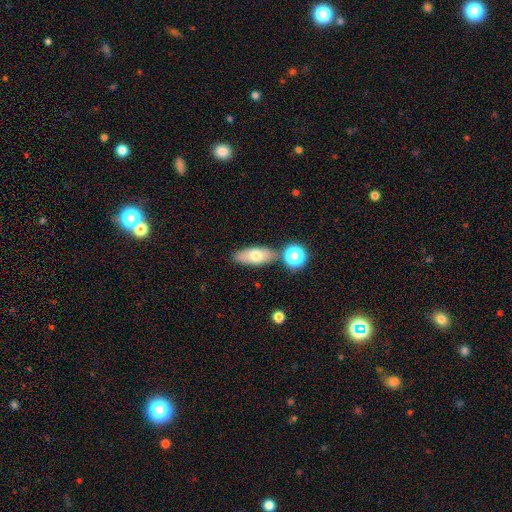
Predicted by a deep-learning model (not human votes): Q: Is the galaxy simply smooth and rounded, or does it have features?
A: smooth — 71%.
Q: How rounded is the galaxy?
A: in between — 75%.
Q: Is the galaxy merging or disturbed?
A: none — 76%.